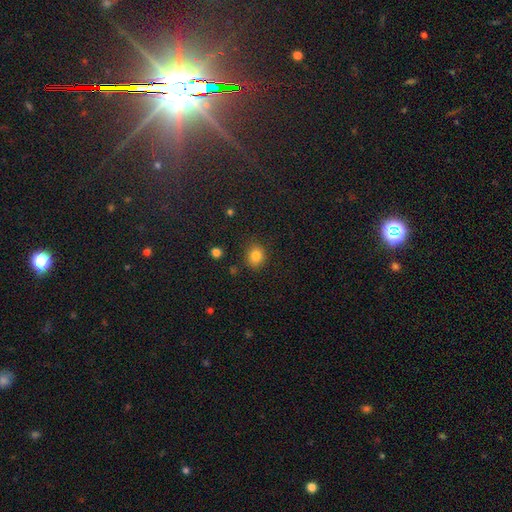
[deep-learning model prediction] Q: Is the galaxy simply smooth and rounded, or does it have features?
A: smooth — 84%.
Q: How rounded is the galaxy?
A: round — 74%.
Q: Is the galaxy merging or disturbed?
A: none — 84%.